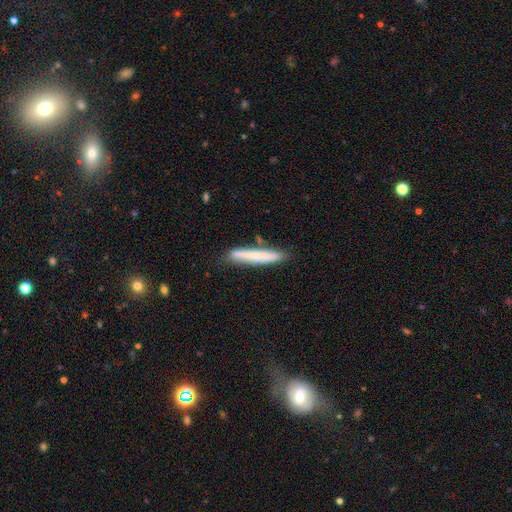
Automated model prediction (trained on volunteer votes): Smooth or featured? smooth (63%)
How rounded? cigar-shaped (94%)
Merging? none (79%)